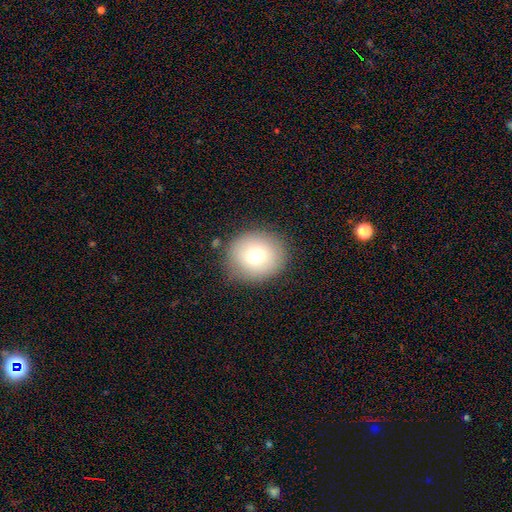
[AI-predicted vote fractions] Smooth or featured?
  - smooth: 74% *
  - featured or disk: 15%
  - star or artifact: 11%
How rounded?
  - round: 71% *
  - in between: 28%
  - cigar-shaped: 1%
Merging?
  - none: 84% *
  - minor disturbance: 11%
  - major disturbance: 3%
  - merger: 2%